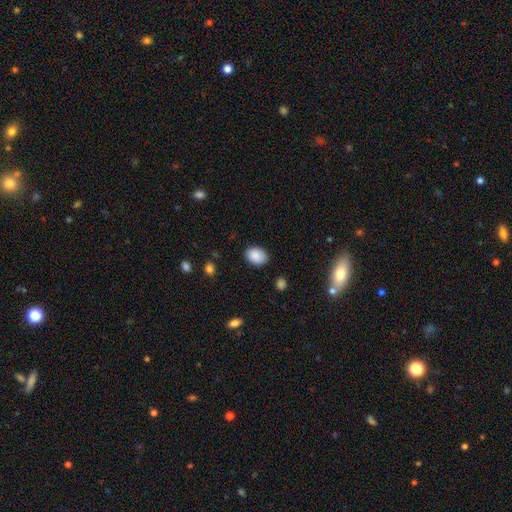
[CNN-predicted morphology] A smooth galaxy with no disk features (88%) that is in between round and cigar-shaped (70%). Merging: none (85%).